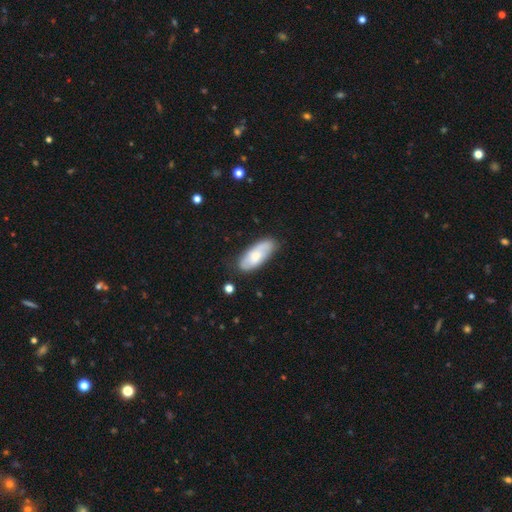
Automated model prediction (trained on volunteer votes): Morphology: type=smooth (62%); roundness=in between (82%); merging=none (73%).